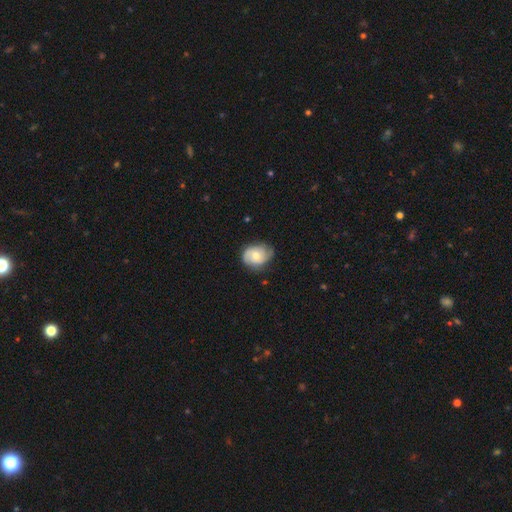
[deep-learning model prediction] Overall: smooth (51%; featured or disk 42%). How rounded: in between (52%; round 47%). Merging: none (65%; minor disturbance 27%).